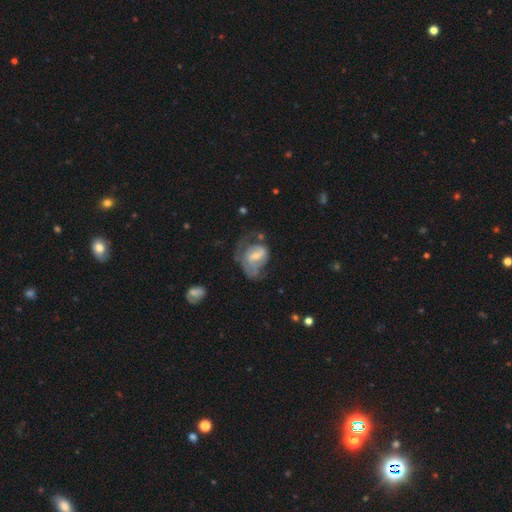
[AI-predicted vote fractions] This appears to be a featured or disk galaxy (58%) with a weak bar (44%), spiral arms (56%) and a small central bulge (45%). Merging: major disturbance (42%).